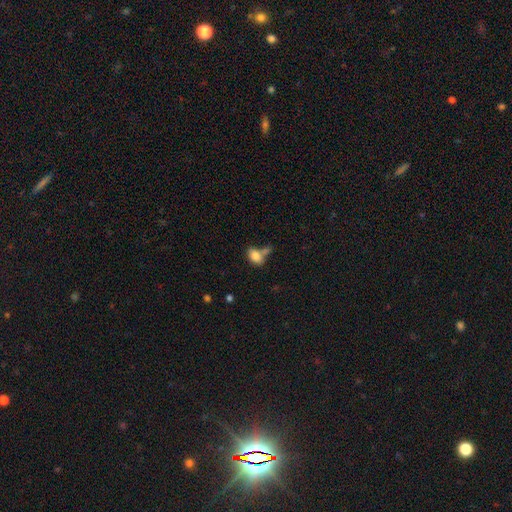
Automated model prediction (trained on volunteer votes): smooth 81%, featured or disk 10%, star or artifact 9%. Down the decision tree: how rounded — in between (86%); merging — none (40%).